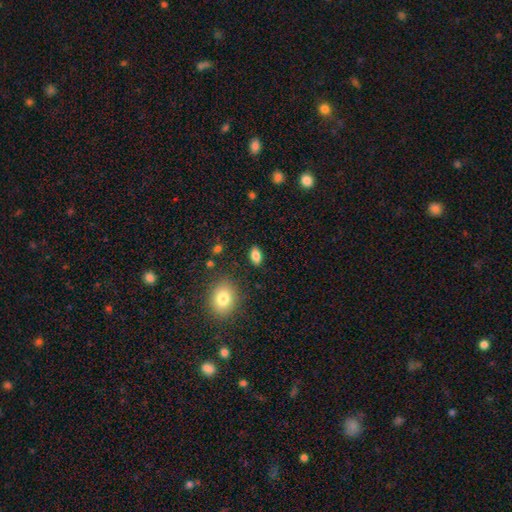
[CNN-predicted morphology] The model was most divided on "smooth or featured": smooth: 83%, star or artifact: 9%, featured or disk: 8%. More confident: how rounded — in between (89%); merging — none (87%).